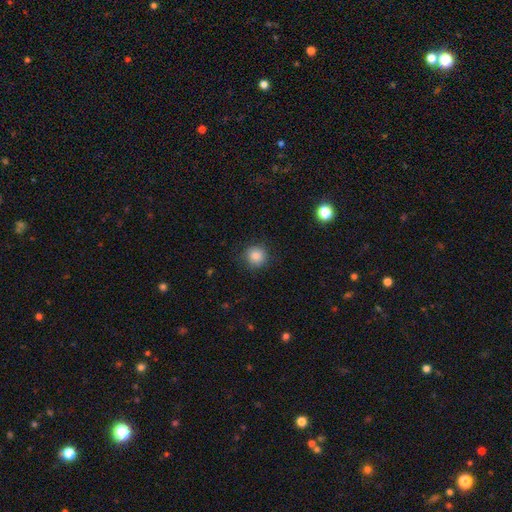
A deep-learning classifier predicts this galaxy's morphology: smooth-or-featured: smooth: 85% | star or artifact: 10% | featured or disk: 5%
  how-rounded: round: 93% | in between: 7% | cigar-shaped: 1%
  merging: none: 86% | minor disturbance: 10% | major disturbance: 3% | merger: 1%